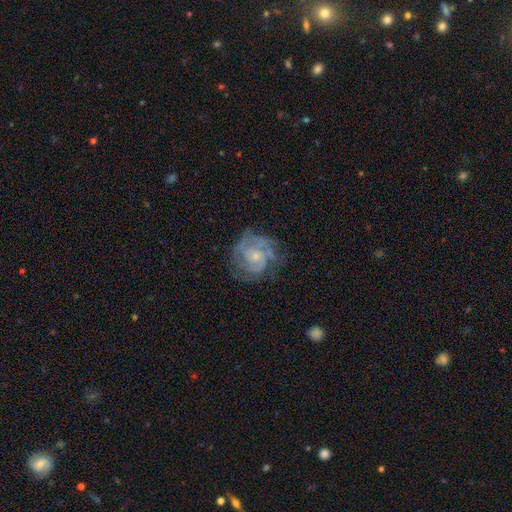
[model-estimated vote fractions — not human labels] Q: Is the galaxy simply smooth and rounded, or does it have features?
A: featured or disk — 77%.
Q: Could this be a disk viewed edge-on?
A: no — 98%.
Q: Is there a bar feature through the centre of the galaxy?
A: no — 73%.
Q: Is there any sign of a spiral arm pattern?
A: yes — 86%.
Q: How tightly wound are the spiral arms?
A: tight — 54%.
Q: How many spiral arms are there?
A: can't tell — 35%.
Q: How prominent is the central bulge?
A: small — 54%.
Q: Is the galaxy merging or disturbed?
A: none — 63%.